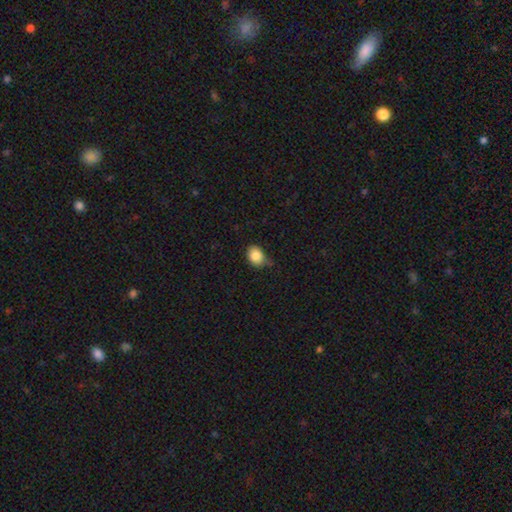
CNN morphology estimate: Smooth or featured? smooth (85%)
How rounded? in between (54%)
Merging? none (65%)